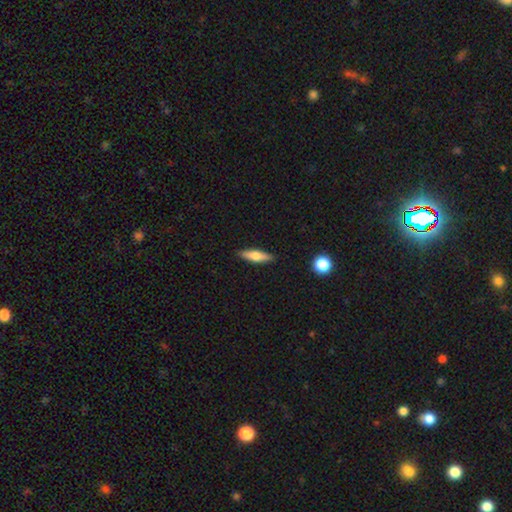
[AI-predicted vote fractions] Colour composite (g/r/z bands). It shows a smooth galaxy with no disk features (56%) that is cigar-shaped (62%). Merging: none (89%).